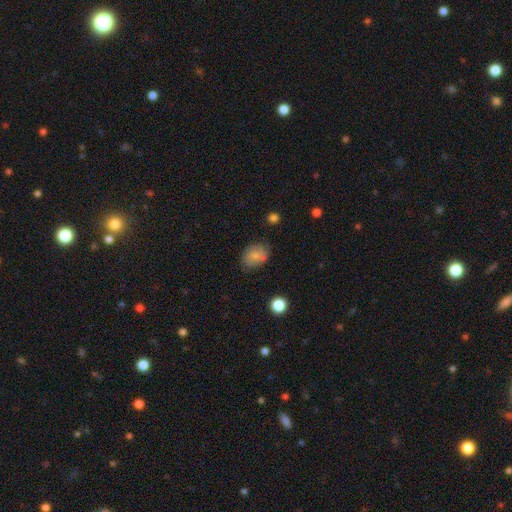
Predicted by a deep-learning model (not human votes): A smooth galaxy with no disk features (69%) that is in between round and cigar-shaped (64%).

Vote fractions:
- Smooth or featured? smooth: 69% / featured or disk: 23% / star or artifact: 9%
- How rounded? in between: 64% / round: 35% / cigar-shaped: 1%
- Merging? none: 67% / minor disturbance: 24% / major disturbance: 7% / merger: 2%